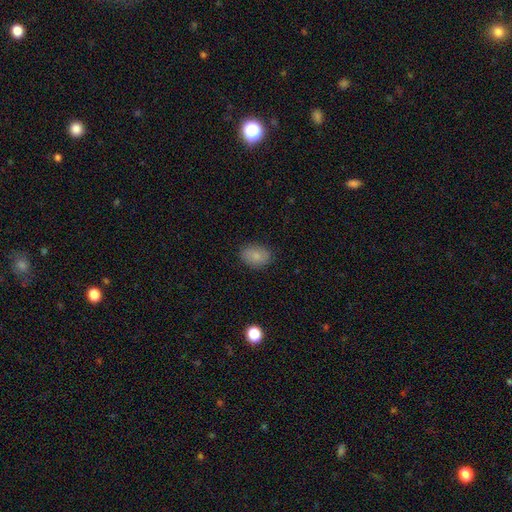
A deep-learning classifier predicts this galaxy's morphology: smooth 84%, star or artifact 9%, featured or disk 7%. Down the decision tree: how rounded — in between (76%); merging — none (84%).